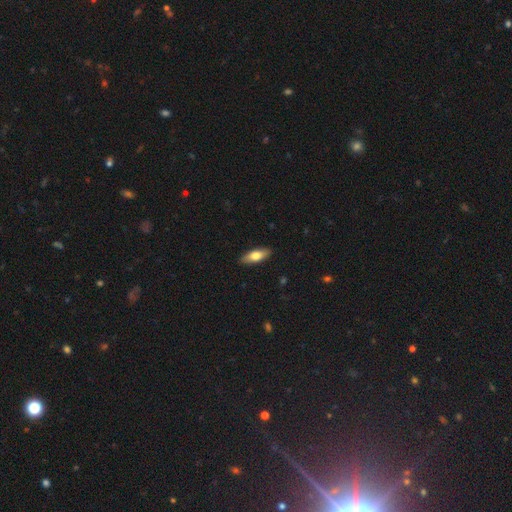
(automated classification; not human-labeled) smooth-or-featured: smooth: 72% | featured or disk: 23% | star or artifact: 6%
  how-rounded: in between: 70% | cigar-shaped: 27% | round: 2%
  merging: none: 89% | minor disturbance: 8% | major disturbance: 2% | merger: 1%